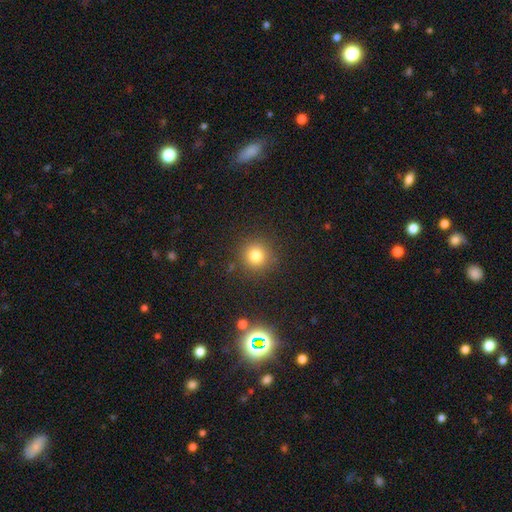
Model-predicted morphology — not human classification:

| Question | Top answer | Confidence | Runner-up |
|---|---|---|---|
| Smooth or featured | smooth | 79% | star or artifact (14%) |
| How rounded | round | 93% | in between (6%) |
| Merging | none | 88% | minor disturbance (7%) |